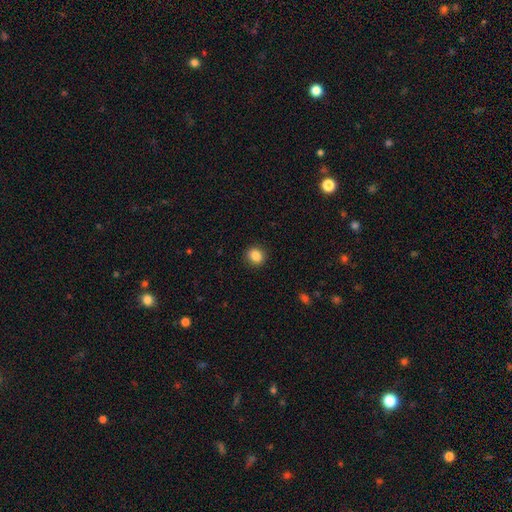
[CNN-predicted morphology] Smooth or featured? Predicted: smooth (p=0.86). How rounded? Predicted: round (p=0.76). Merging? Predicted: none (p=0.91).